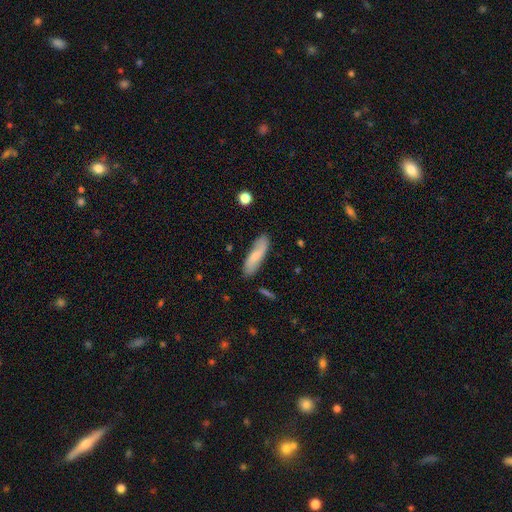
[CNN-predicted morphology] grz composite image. It shows a smooth galaxy with no disk features (67%) that is cigar-shaped (58%). Merging: none (79%).